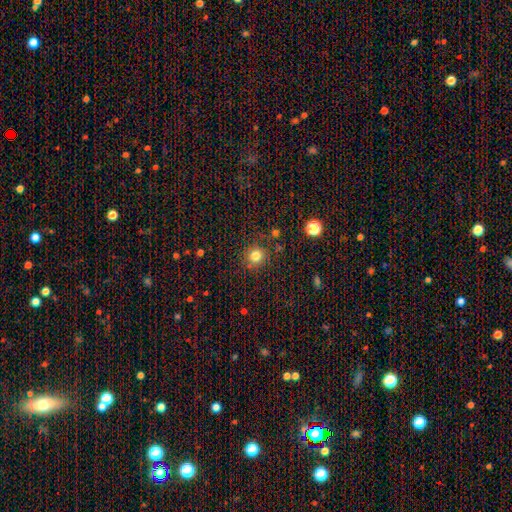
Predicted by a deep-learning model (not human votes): A smooth galaxy with no disk features (80%) that is round (91%).

Vote fractions:
- Smooth or featured? smooth: 80% / star or artifact: 14% / featured or disk: 6%
- How rounded? round: 91% / in between: 8% / cigar-shaped: 1%
- Merging? none: 83% / minor disturbance: 9% / merger: 4% / major disturbance: 4%